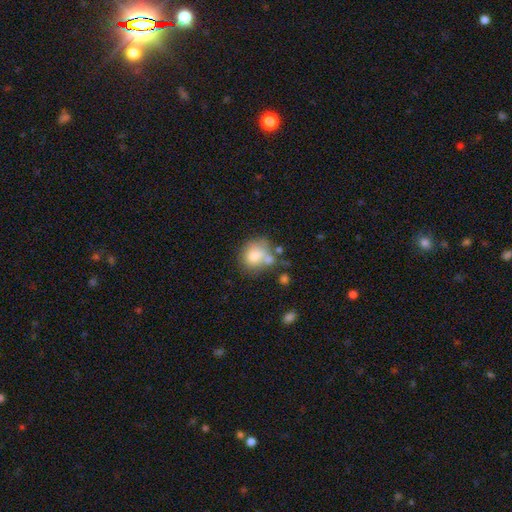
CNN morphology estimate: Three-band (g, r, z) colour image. It shows a smooth galaxy with no disk features (73%) that is round (66%). Merging: none (42%).